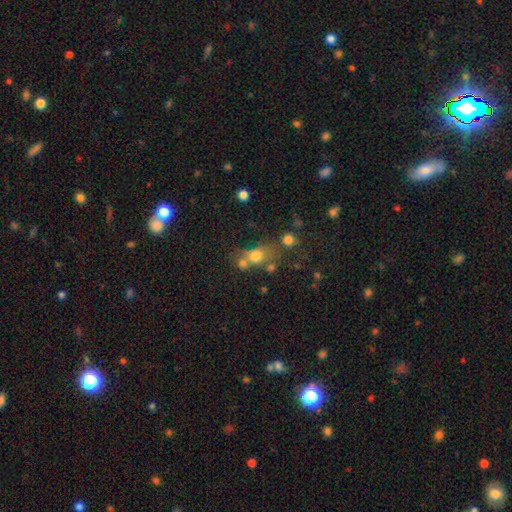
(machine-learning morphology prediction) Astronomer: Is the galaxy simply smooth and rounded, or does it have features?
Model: smooth — 71%.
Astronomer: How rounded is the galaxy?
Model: round — 58% (runner-up: in between, 39%).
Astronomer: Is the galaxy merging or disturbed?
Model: none — 39%, tied with merger at 39%.